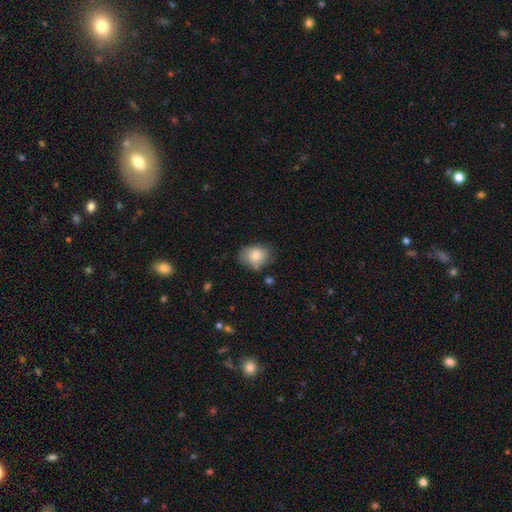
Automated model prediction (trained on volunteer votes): Q: Smooth or featured?
A: smooth (79%); runner-up: featured or disk (13%)
Q: How rounded?
A: in between (59%); runner-up: round (40%)
Q: Merging?
A: none (64%); runner-up: minor disturbance (25%)